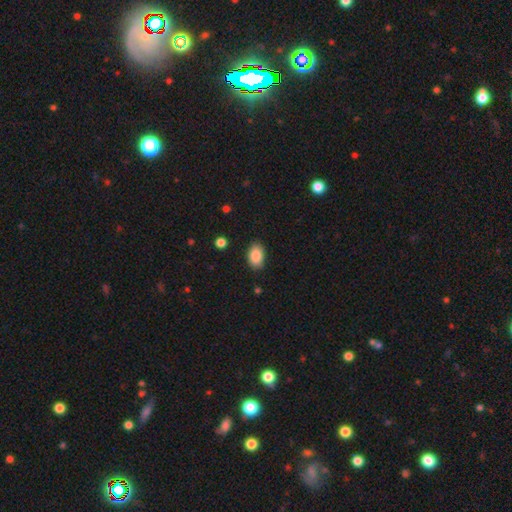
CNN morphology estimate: smooth 87%, star or artifact 7%, featured or disk 5%. Down the decision tree: how rounded — in between (90%); merging — none (85%).